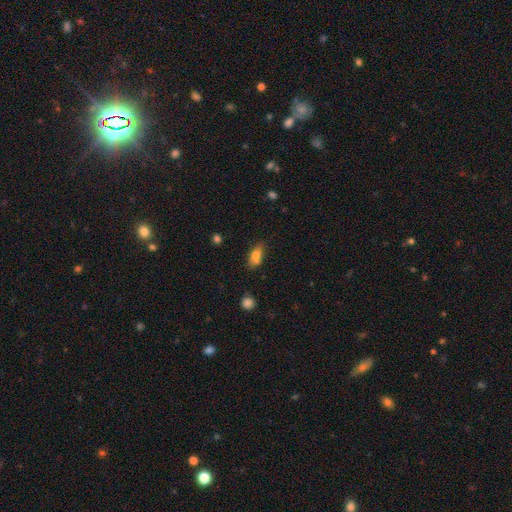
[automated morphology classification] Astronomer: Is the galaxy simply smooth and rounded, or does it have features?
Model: smooth — 74%.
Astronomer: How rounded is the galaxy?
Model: in between — 78%.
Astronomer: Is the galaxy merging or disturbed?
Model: none — 65%.